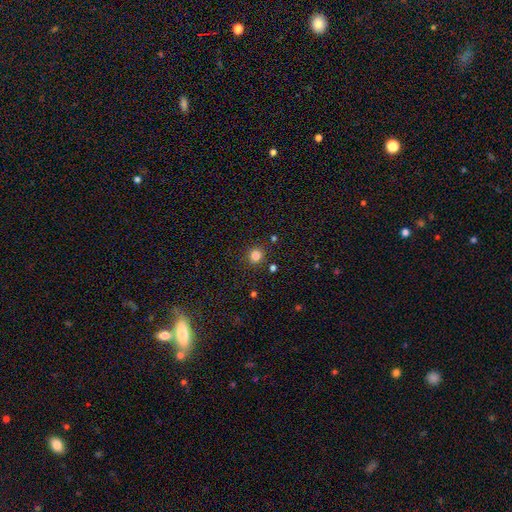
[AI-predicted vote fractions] smooth_or_featured: smooth (p=0.83) [alt: star or artifact p=0.13]
how_rounded: round (p=0.90) [alt: in between p=0.09]
merging: none (p=0.87) [alt: minor disturbance p=0.07]